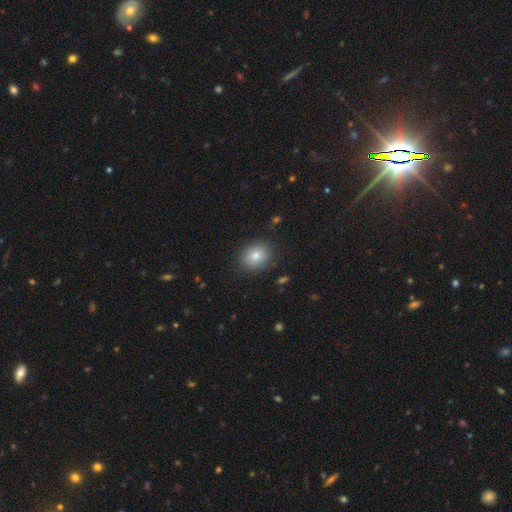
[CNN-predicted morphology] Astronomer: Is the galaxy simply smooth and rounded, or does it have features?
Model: smooth — 80%.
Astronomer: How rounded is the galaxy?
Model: in between — 51% (runner-up: round, 48%).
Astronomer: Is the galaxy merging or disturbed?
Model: none — 87%.